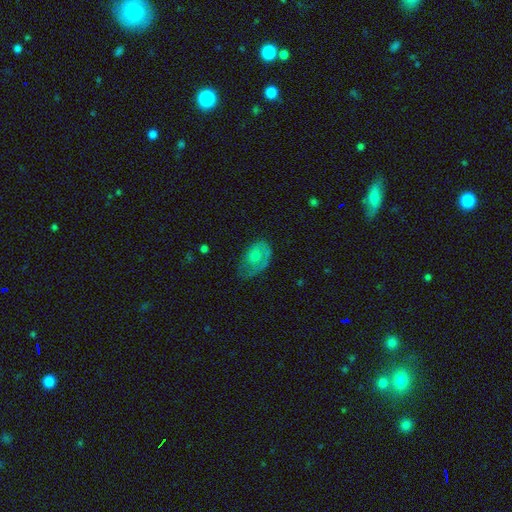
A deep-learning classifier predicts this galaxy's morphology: Overall: featured or disk (47%; smooth 44%). Merging: none (43%; minor disturbance 32%).